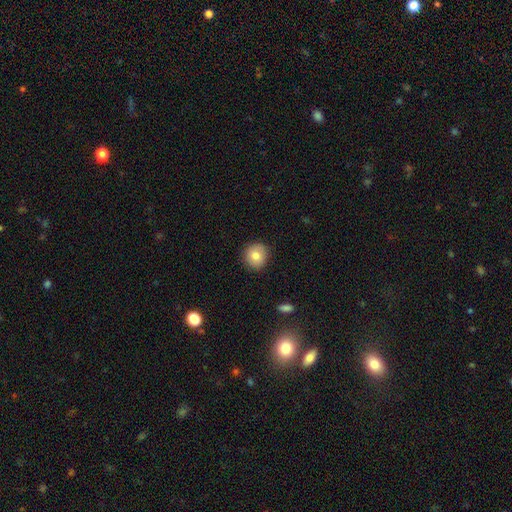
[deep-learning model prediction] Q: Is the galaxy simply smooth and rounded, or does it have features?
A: smooth — 81%.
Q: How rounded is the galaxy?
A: round — 89%.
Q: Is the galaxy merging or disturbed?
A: none — 88%.